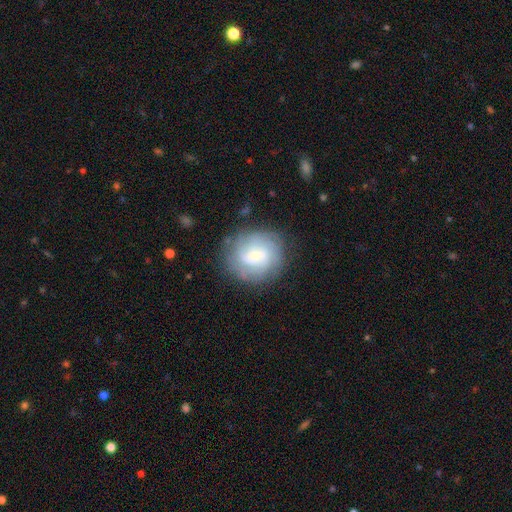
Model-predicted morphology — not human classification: smooth_or_featured: featured or disk (p=0.66) [alt: smooth p=0.27]
disk_edge_on: no (p=0.97) [alt: yes p=0.03]
bar: no (p=0.47) [alt: weak p=0.45]
has_spiral_arms: yes (p=0.87) [alt: no p=0.13]
spiral_winding: tight (p=0.62) [alt: medium p=0.28]
spiral_arm_count: can't tell (p=0.48) [alt: 2 p=0.16]
bulge_size: small (p=0.64) [alt: moderate p=0.31]
merging: none (p=0.80) [alt: minor disturbance p=0.13]